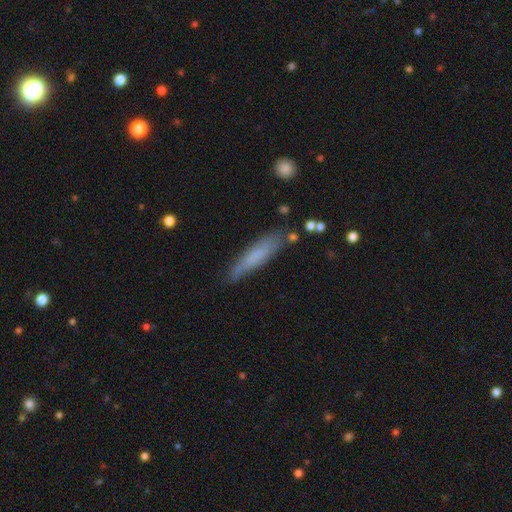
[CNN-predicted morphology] smooth-or-featured: smooth: 68% | featured or disk: 25% | star or artifact: 7%
  how-rounded: cigar-shaped: 84% | in between: 14% | round: 1%
  merging: none: 76% | minor disturbance: 17% | major disturbance: 4% | merger: 3%